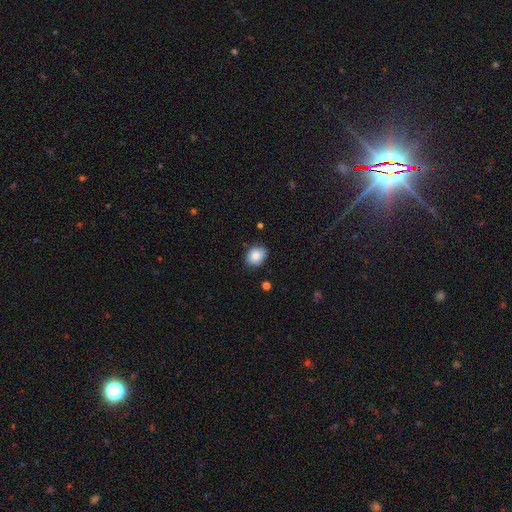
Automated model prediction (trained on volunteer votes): Smooth or featured? smooth (84%)
How rounded? in between (55%)
Merging? none (79%)